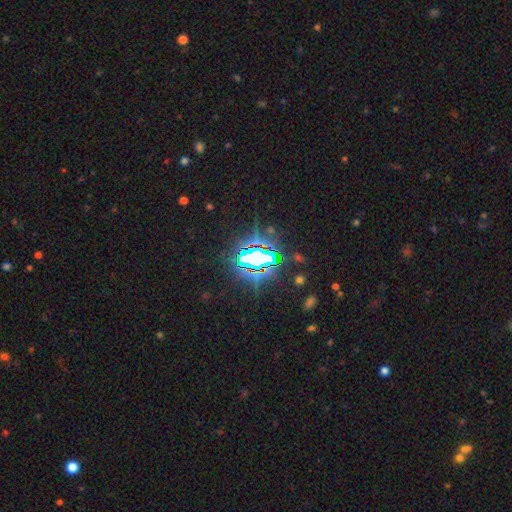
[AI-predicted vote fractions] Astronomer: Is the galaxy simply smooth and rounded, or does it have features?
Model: star or artifact — 82%.